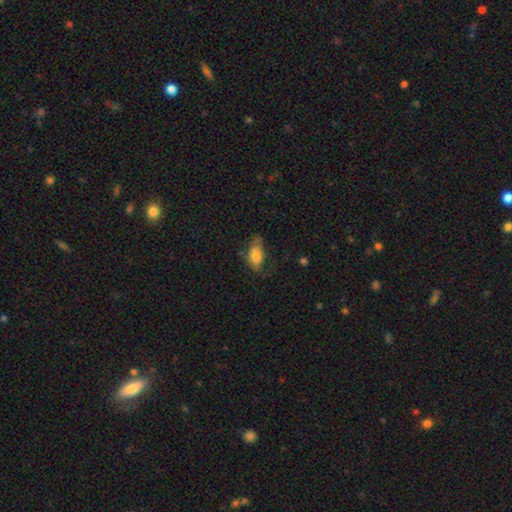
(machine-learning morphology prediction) Smooth or featured: smooth — 74% (featured or disk — 19%)
How rounded: in between — 88% (cigar-shaped — 7%)
Merging: none — 49% (minor disturbance — 32%)